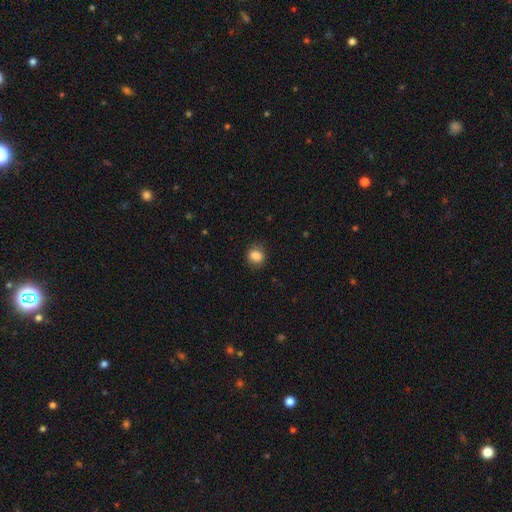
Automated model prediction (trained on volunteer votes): Smooth or featured?
  - smooth: 85% *
  - star or artifact: 9%
  - featured or disk: 6%
How rounded?
  - round: 60% *
  - in between: 38%
  - cigar-shaped: 1%
Merging?
  - none: 82% *
  - minor disturbance: 13%
  - major disturbance: 4%
  - merger: 1%